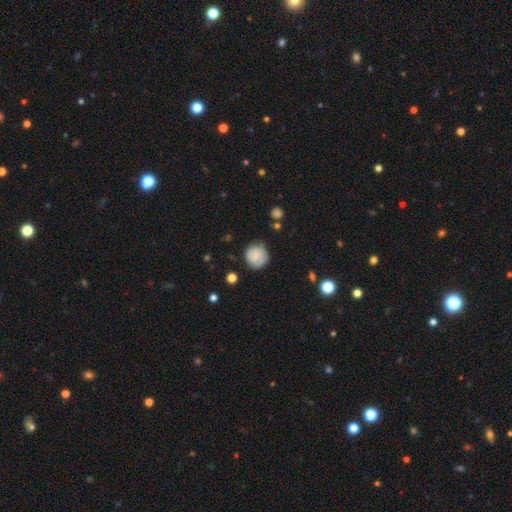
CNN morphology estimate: smooth 66%, featured or disk 26%, star or artifact 8%. Down the decision tree: how rounded — round (90%); merging — none (78%).